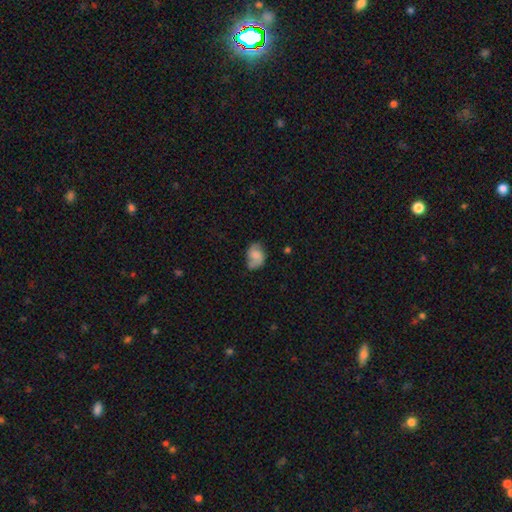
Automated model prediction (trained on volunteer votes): Smooth or featured?
  - smooth: 54% *
  - featured or disk: 37%
  - star or artifact: 9%
How rounded?
  - in between: 69% *
  - round: 30%
  - cigar-shaped: 1%
Merging?
  - none: 53% *
  - minor disturbance: 31%
  - major disturbance: 12%
  - merger: 4%